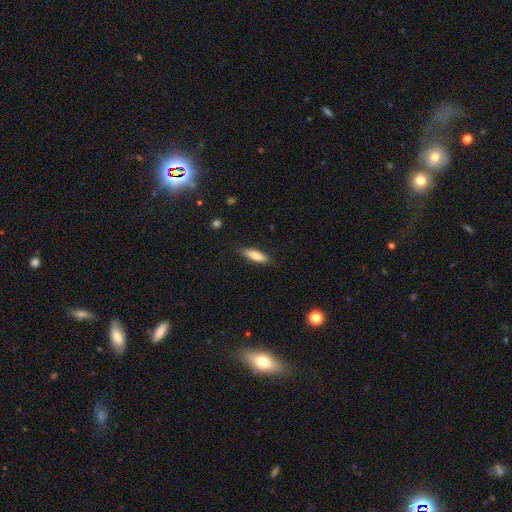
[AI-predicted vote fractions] Q: Smooth or featured?
A: smooth (78%); runner-up: featured or disk (15%)
Q: How rounded?
A: cigar-shaped (61%); runner-up: in between (38%)
Q: Merging?
A: none (83%); runner-up: minor disturbance (13%)